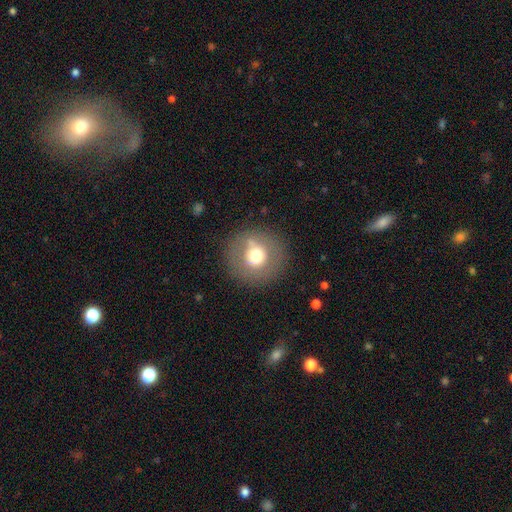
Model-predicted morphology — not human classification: The model was most divided on "smooth or featured": smooth: 64%, featured or disk: 24%, star or artifact: 11%. More confident: how rounded — round (94%); merging — none (85%).